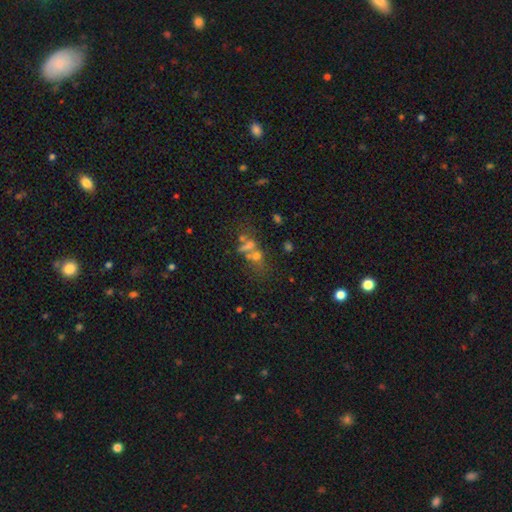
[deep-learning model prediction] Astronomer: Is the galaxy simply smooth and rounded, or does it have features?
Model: star or artifact — 42% (runner-up: smooth, 39%).